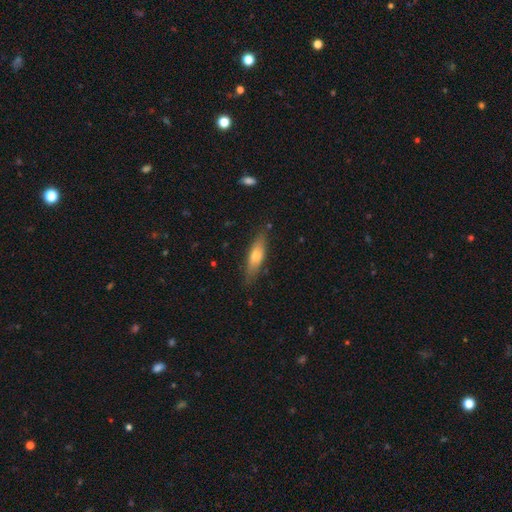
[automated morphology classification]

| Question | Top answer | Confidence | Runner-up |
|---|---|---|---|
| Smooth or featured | smooth | 60% | featured or disk (33%) |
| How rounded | cigar-shaped | 64% | in between (34%) |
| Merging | none | 81% | minor disturbance (14%) |